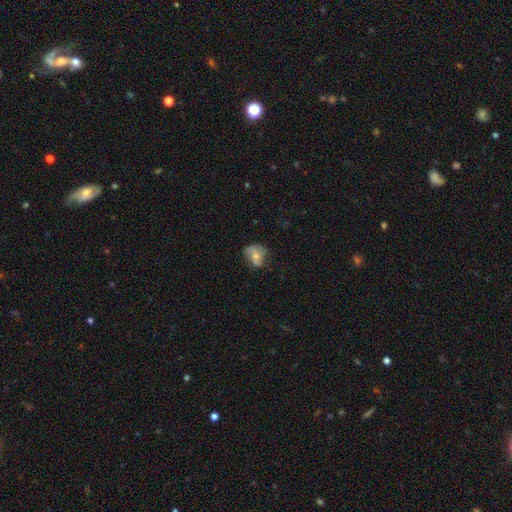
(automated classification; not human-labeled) Smooth or featured?
  - smooth: 54% *
  - featured or disk: 37%
  - star or artifact: 9%
How rounded?
  - in between: 58% *
  - round: 41%
  - cigar-shaped: 1%
Merging?
  - none: 49% *
  - minor disturbance: 34%
  - major disturbance: 15%
  - merger: 2%